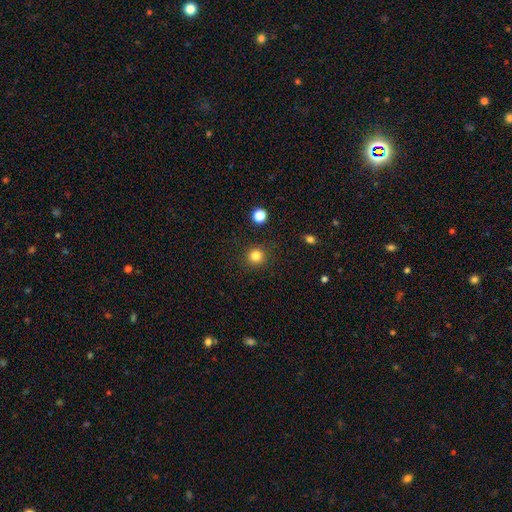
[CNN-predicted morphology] Overall: smooth (83%). How rounded: round (93%). Merging: none (89%).